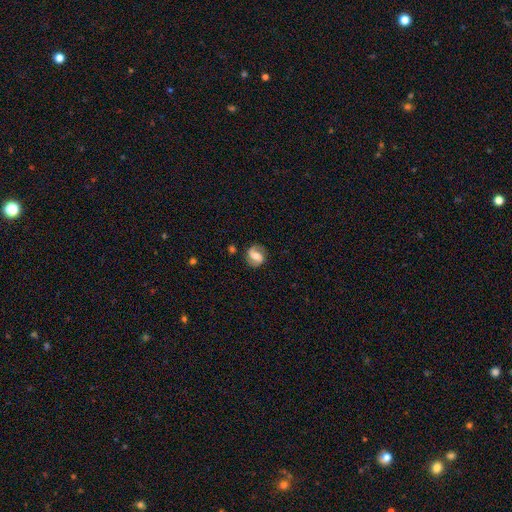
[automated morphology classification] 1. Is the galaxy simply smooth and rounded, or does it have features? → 63% featured or disk, 29% smooth, 8% star or artifact.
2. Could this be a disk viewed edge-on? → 97% no, 3% yes.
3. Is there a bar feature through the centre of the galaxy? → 42% weak, 29% no, 28% strong.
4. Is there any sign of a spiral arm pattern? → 89% yes, 11% no.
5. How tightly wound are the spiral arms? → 42% medium, 36% loose, 23% tight.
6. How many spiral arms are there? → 88% 2, 5% can't tell, 4% 1, 1% 3, 1% 4, 1% more than 4.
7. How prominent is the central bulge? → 60% moderate, 25% small, 10% large, 4% none, 2% dominant.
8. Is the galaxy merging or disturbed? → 81% none, 13% minor disturbance, 4% major disturbance, 2% merger.